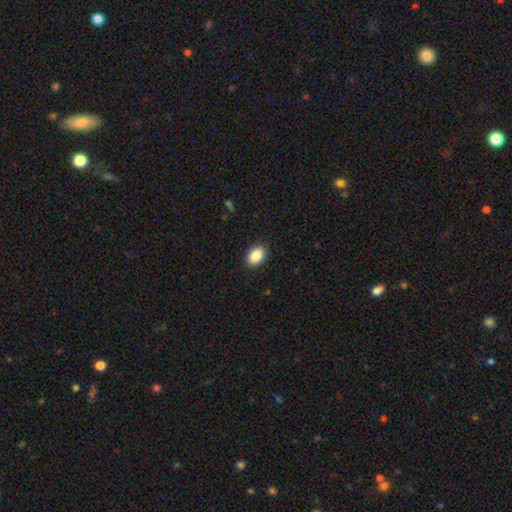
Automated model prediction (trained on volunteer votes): Smooth or featured?
  - smooth: 89% *
  - star or artifact: 8%
  - featured or disk: 4%
How rounded?
  - in between: 77% *
  - round: 22%
  - cigar-shaped: 1%
Merging?
  - none: 90% *
  - minor disturbance: 8%
  - major disturbance: 2%
  - merger: 1%